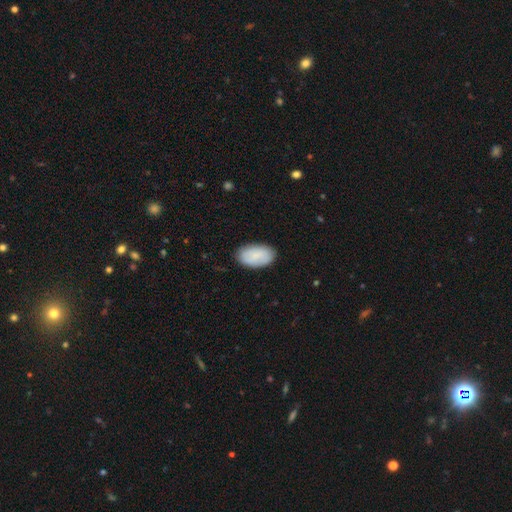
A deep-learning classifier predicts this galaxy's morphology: smooth_or_featured: smooth (p=0.82) [alt: featured or disk p=0.12]
how_rounded: in between (p=0.94) [alt: round p=0.05]
merging: none (p=0.85) [alt: minor disturbance p=0.11]